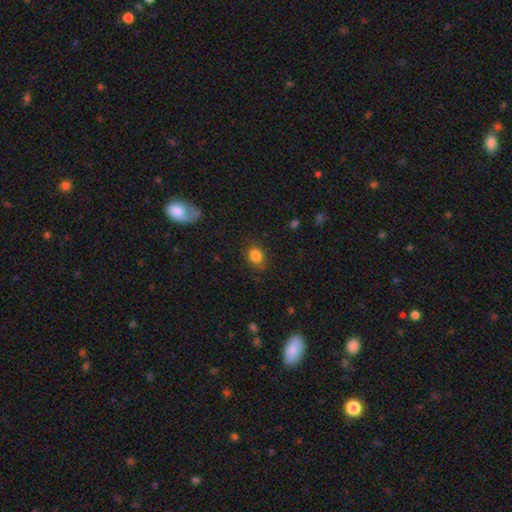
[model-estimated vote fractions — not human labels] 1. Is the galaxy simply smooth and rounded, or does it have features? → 83% smooth, 11% star or artifact, 6% featured or disk.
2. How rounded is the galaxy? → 52% round, 47% in between, 1% cigar-shaped.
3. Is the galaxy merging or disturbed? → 81% none, 14% minor disturbance, 4% major disturbance, 1% merger.